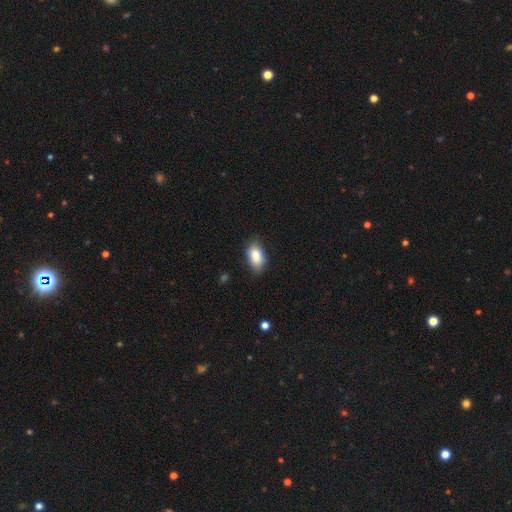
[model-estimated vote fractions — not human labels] This is clearly a smooth galaxy (85%). How rounded: clearly in between (91%). Merging: likely none (78%).